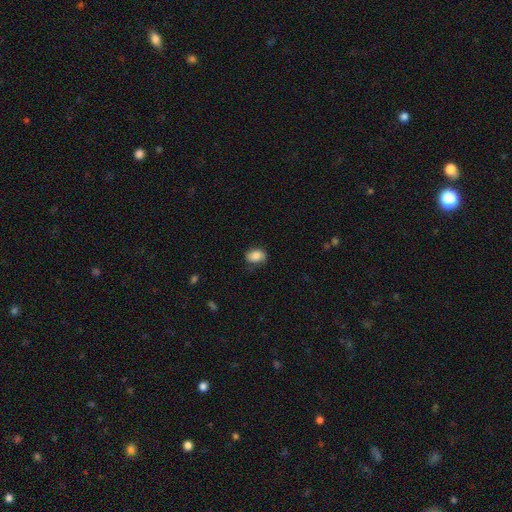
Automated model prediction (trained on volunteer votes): Overall: smooth (79%). How rounded: in between (72%). Merging: none (70%).